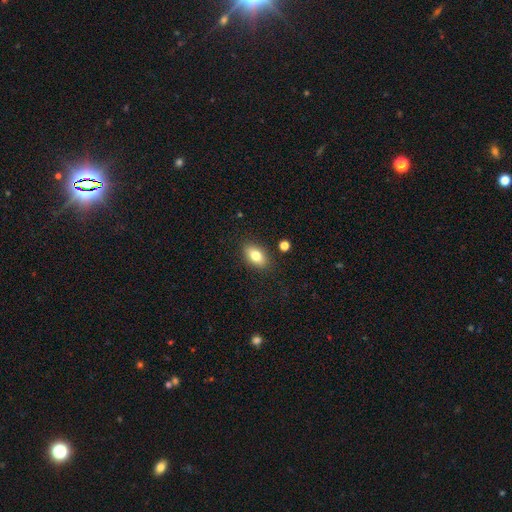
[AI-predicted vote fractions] Smooth or featured: smooth — 79% (featured or disk — 13%)
How rounded: in between — 87% (round — 9%)
Merging: none — 85% (minor disturbance — 10%)